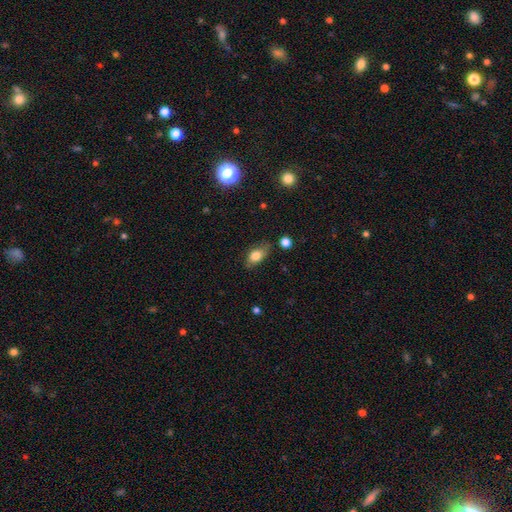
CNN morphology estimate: Overall: smooth (78%). How rounded: in between (84%). Merging: none (70%).